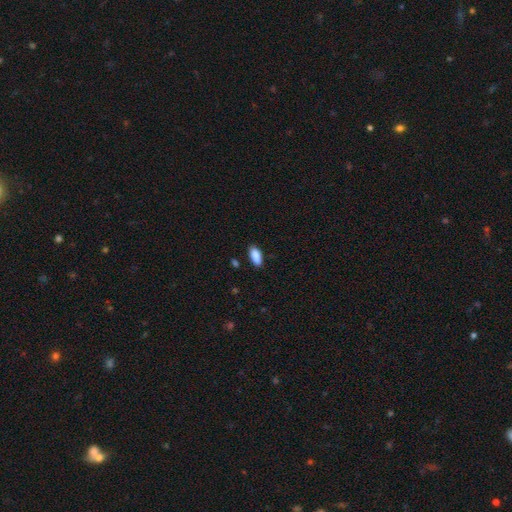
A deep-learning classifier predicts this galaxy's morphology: A smooth galaxy with no disk features (89%) that is in between round and cigar-shaped (87%).

Vote fractions:
- Smooth or featured? smooth: 89% / star or artifact: 7% / featured or disk: 4%
- How rounded? in between: 87% / cigar-shaped: 11% / round: 2%
- Merging? none: 84% / minor disturbance: 13% / major disturbance: 2% / merger: 2%